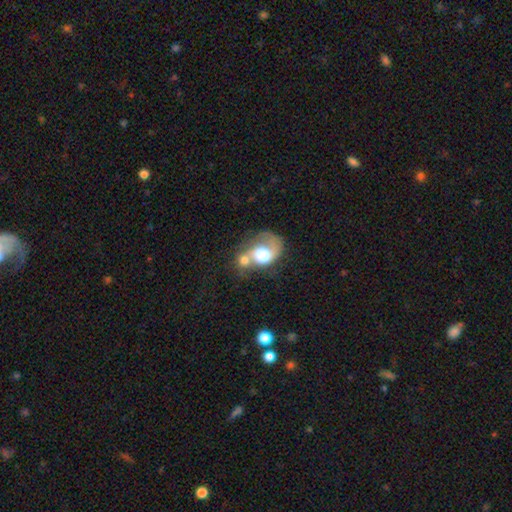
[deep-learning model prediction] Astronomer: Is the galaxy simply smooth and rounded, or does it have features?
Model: featured or disk — 49% (runner-up: smooth, 38%).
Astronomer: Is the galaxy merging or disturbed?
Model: merger — 41% (runner-up: none, 24%).